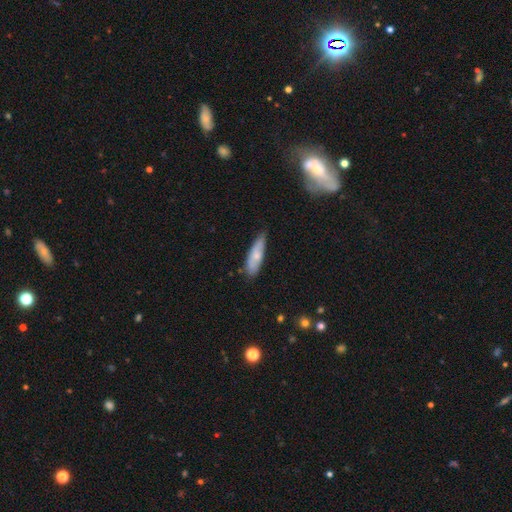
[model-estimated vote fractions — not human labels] Smooth or featured? smooth (69%)
How rounded? cigar-shaped (55%)
Merging? none (63%)